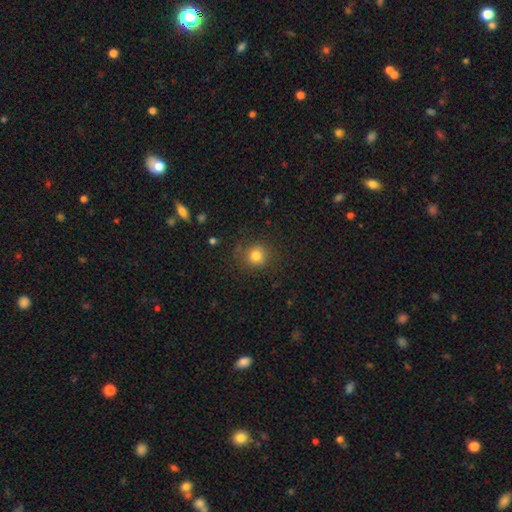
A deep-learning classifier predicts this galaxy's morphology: smooth-or-featured: smooth: 80% | star or artifact: 13% | featured or disk: 7%
  how-rounded: round: 87% | in between: 12% | cigar-shaped: 1%
  merging: none: 83% | minor disturbance: 11% | major disturbance: 4% | merger: 2%